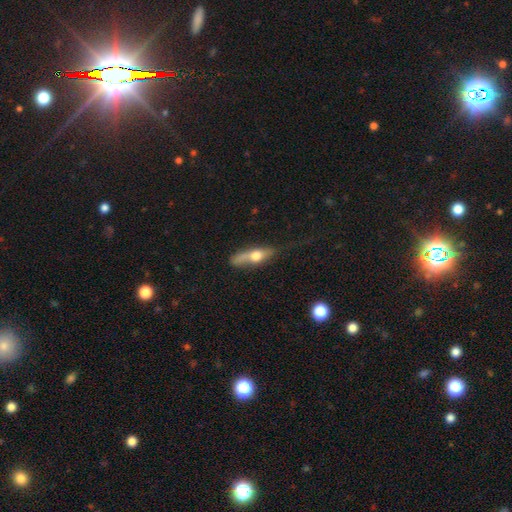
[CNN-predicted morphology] Smooth or featured? smooth (53%)
How rounded? cigar-shaped (56%)
Merging? none (52%)